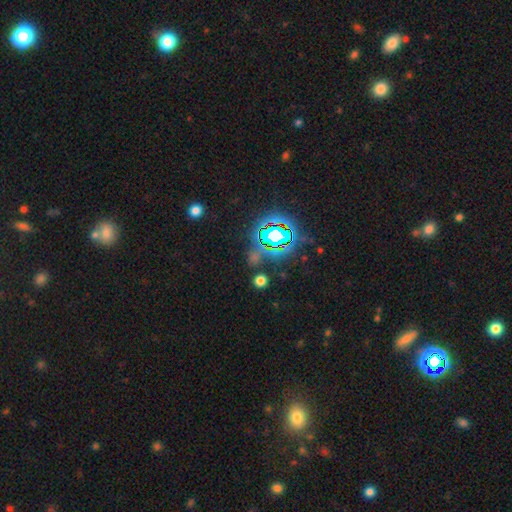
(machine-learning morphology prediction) type=star or artifact (71%).